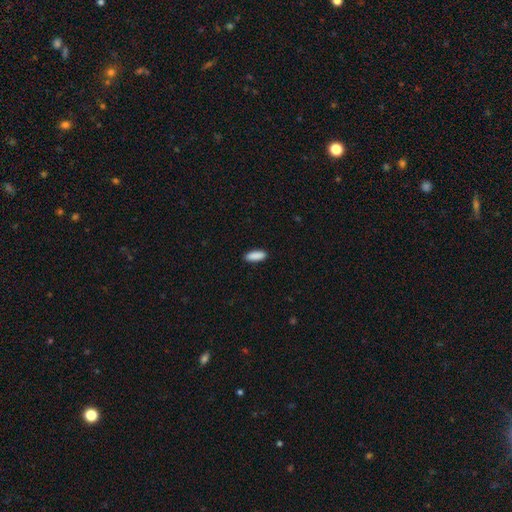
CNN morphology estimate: Smooth or featured?
  - smooth: 90% *
  - star or artifact: 6%
  - featured or disk: 4%
How rounded?
  - in between: 60% *
  - cigar-shaped: 39%
  - round: 2%
Merging?
  - none: 90% *
  - minor disturbance: 8%
  - major disturbance: 2%
  - merger: 1%